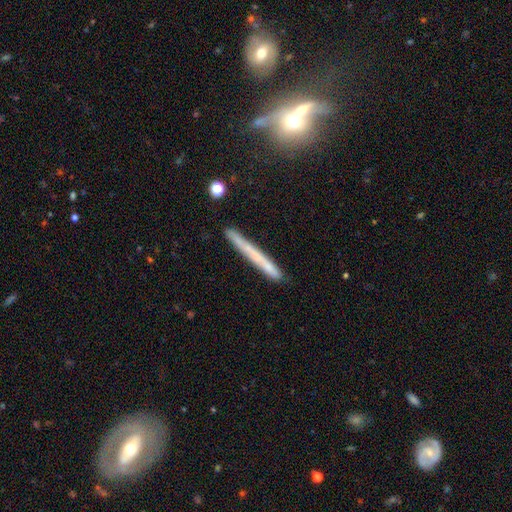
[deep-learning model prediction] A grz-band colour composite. It shows a smooth galaxy with no disk features (52%) that is cigar-shaped (97%). Merging: none (84%).